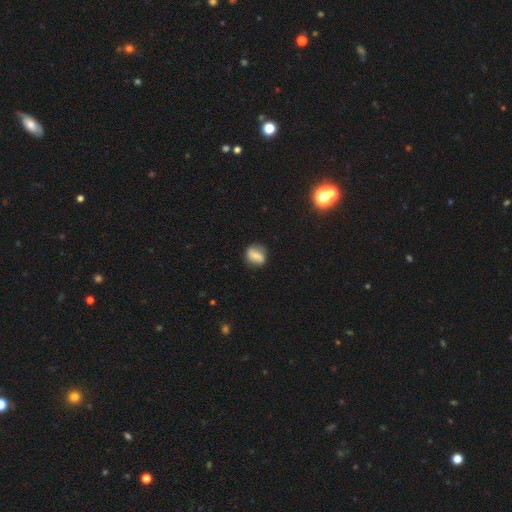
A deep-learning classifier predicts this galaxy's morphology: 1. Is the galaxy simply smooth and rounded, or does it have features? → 56% smooth, 35% featured or disk, 9% star or artifact.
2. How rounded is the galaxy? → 58% round, 40% in between, 3% cigar-shaped.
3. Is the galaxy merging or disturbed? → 77% none, 16% minor disturbance, 4% major disturbance, 2% merger.